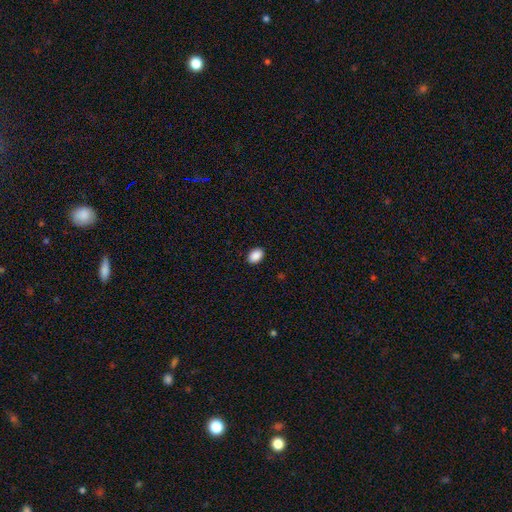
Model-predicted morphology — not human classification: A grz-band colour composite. It shows a smooth galaxy with no disk features (90%) that is in between round and cigar-shaped (80%). Merging: none (91%).